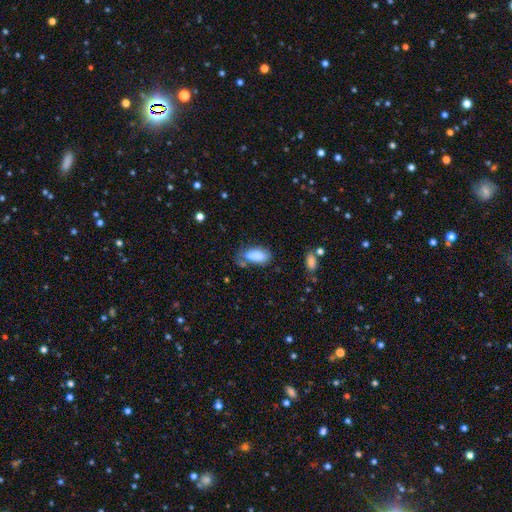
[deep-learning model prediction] smooth_or_featured: smooth (p=0.82) [alt: featured or disk p=0.10]
how_rounded: in between (p=0.87) [alt: cigar-shaped p=0.10]
merging: none (p=0.44) [alt: minor disturbance p=0.26]